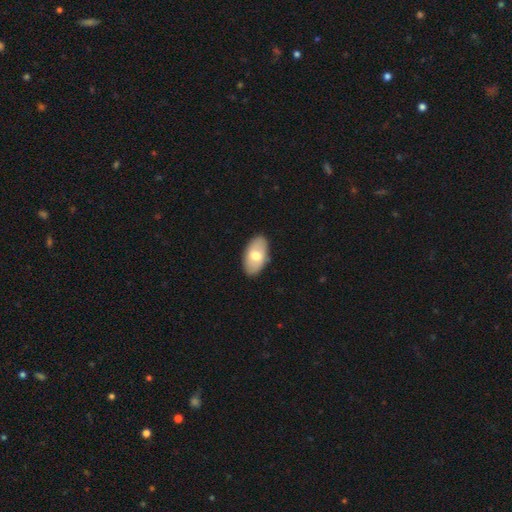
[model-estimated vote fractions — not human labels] Smooth or featured: smooth — 67% (featured or disk — 28%)
How rounded: in between — 94% (round — 4%)
Merging: none — 87% (minor disturbance — 10%)